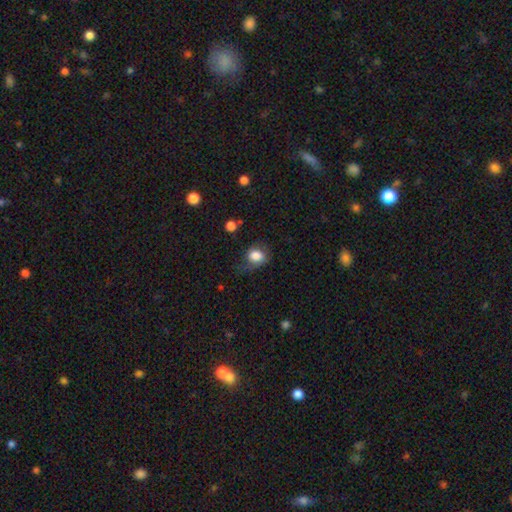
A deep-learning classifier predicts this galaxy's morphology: This appears to be a smooth galaxy with no disk features (81%) that is round (54%). Merging: none (49%).